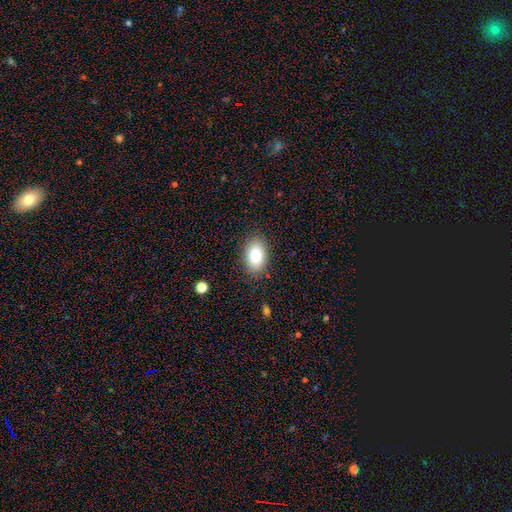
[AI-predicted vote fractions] The model was most divided on "smooth or featured": smooth: 83%, featured or disk: 10%, star or artifact: 8%. More confident: how rounded — in between (90%); merging — none (85%).